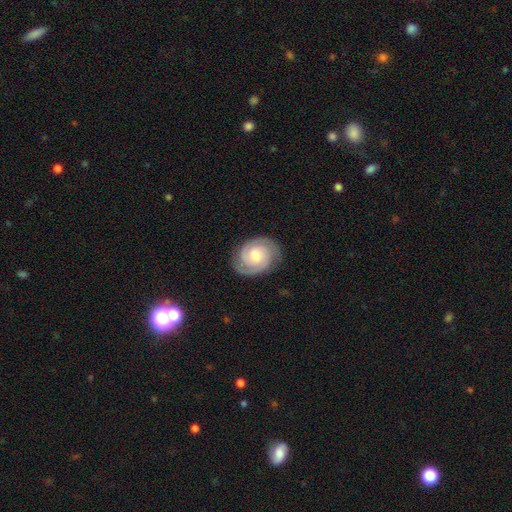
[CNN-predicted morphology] Smooth or featured? featured or disk (80%)
Edge-on disk? no (98%)
Bar? no (56%)
Spiral arms? yes (96%)
Spiral winding? tight (67%)
Spiral arm count? 2 (73%)
Bulge size? moderate (54%)
Merging? none (83%)